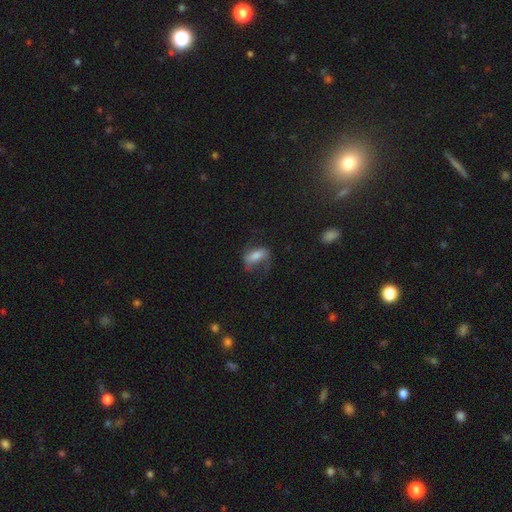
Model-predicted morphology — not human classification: smooth_or_featured: smooth (p=0.52) [alt: featured or disk p=0.37]
how_rounded: in between (p=0.80) [alt: cigar-shaped p=0.13]
merging: none (p=0.45) [alt: major disturbance p=0.30]